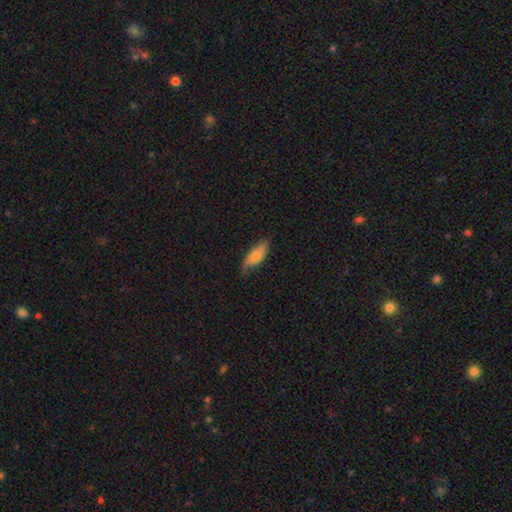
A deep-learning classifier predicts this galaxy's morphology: This is likely a smooth galaxy (71%). How rounded: clearly in between (80%). Merging: likely none (60%).